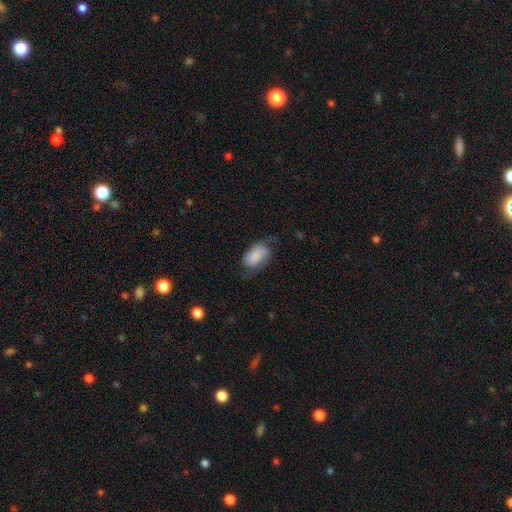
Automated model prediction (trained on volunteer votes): The model was most divided on "merging": none: 46%, minor disturbance: 32%, major disturbance: 20%, merger: 2%. More confident: how rounded — in between (92%); smooth or featured — smooth (69%).